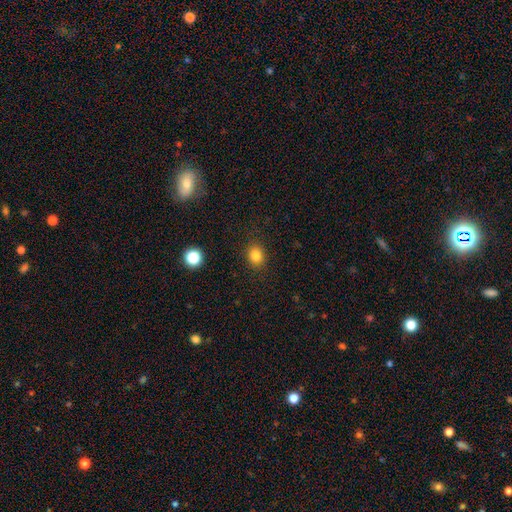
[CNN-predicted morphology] This is clearly a smooth galaxy (82%). How rounded: likely round (63%). Merging: clearly none (88%).